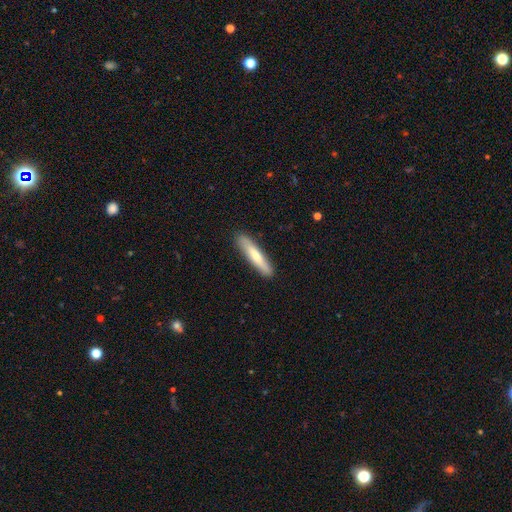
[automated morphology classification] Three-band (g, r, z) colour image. It shows a smooth galaxy with no disk features (66%) that is cigar-shaped (88%). Merging: none (90%).